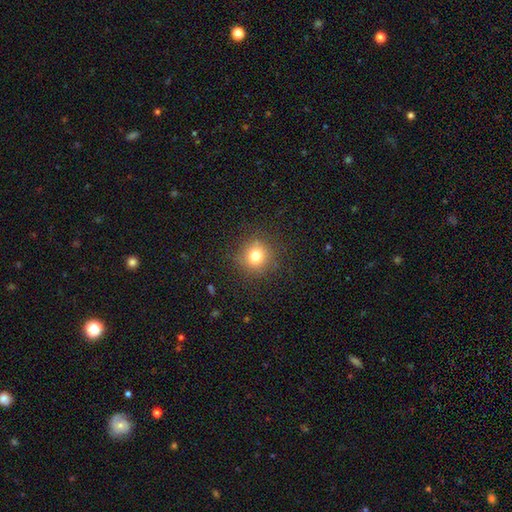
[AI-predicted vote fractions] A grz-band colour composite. It shows a smooth galaxy with no disk features (77%) that is round (92%). Merging: none (87%).